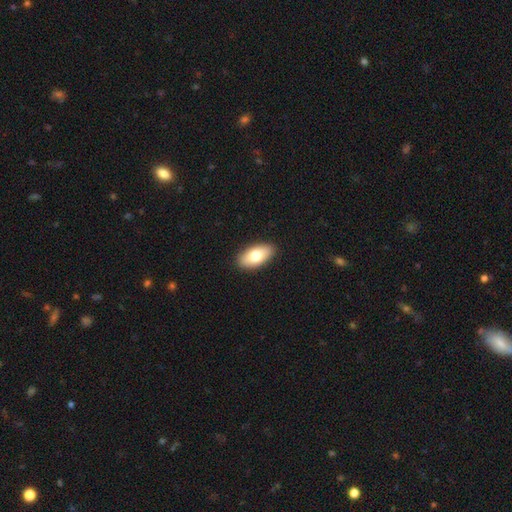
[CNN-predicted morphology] smooth_or_featured: smooth (p=0.77) [alt: featured or disk p=0.17]
how_rounded: in between (p=0.93) [alt: cigar-shaped p=0.04]
merging: none (p=0.90) [alt: minor disturbance p=0.07]